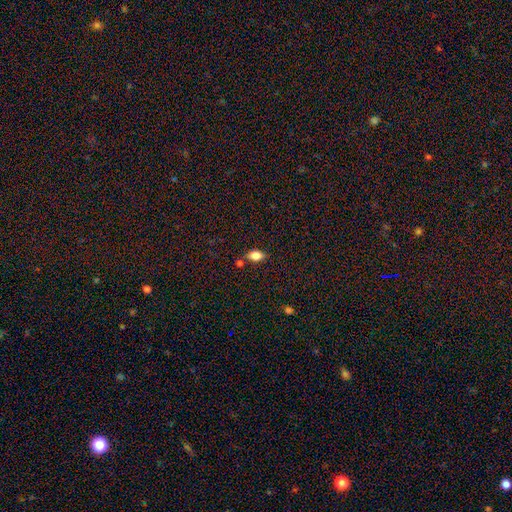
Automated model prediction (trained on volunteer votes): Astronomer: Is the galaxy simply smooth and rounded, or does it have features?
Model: smooth — 80%.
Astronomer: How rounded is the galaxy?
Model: in between — 88%.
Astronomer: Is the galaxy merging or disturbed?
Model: none — 73%.